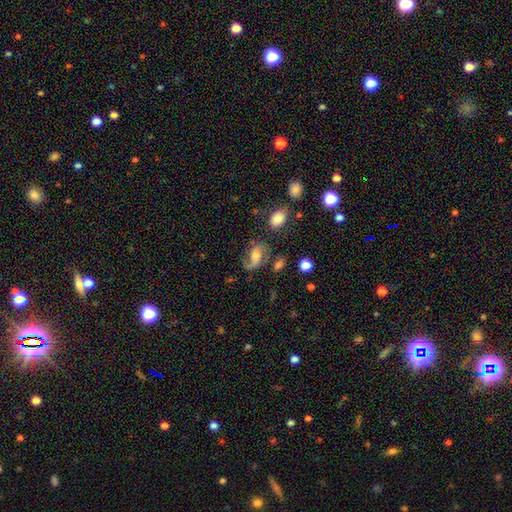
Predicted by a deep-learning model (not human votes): The model was most divided on "bar": no: 40%, weak: 39%, strong: 21%. More confident: edge-on disk — no (96%); spiral arms — yes (93%); spiral arm count — 2 (84%); smooth or featured — featured or disk (74%); merging — none (61%); spiral winding — loose (58%); bulge size — moderate (54%).